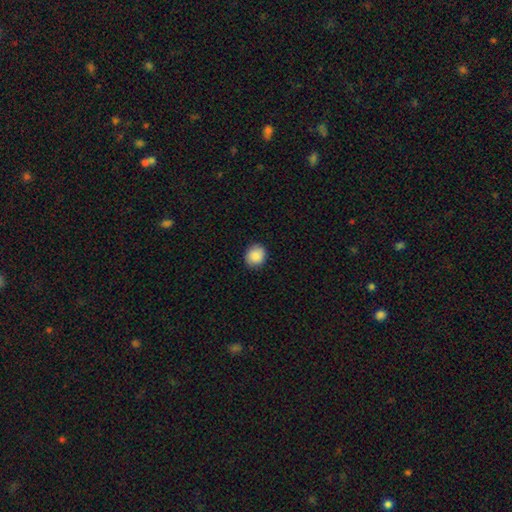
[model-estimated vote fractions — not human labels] smooth_or_featured: smooth (p=0.89) [alt: star or artifact p=0.08]
how_rounded: round (p=0.81) [alt: in between p=0.18]
merging: none (p=0.88) [alt: minor disturbance p=0.09]